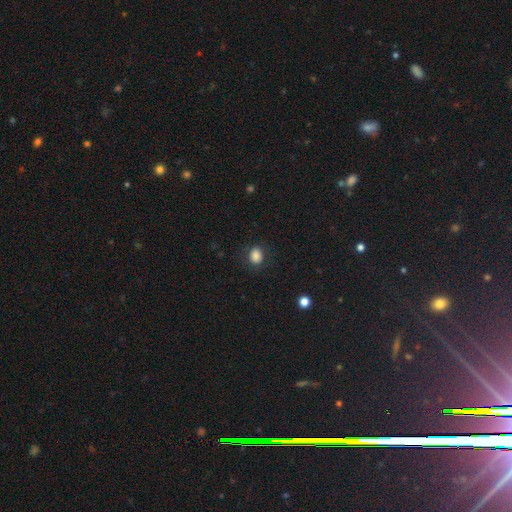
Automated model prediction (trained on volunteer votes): A smooth galaxy with no disk features (84%) that is round (55%). Merging: none (82%).